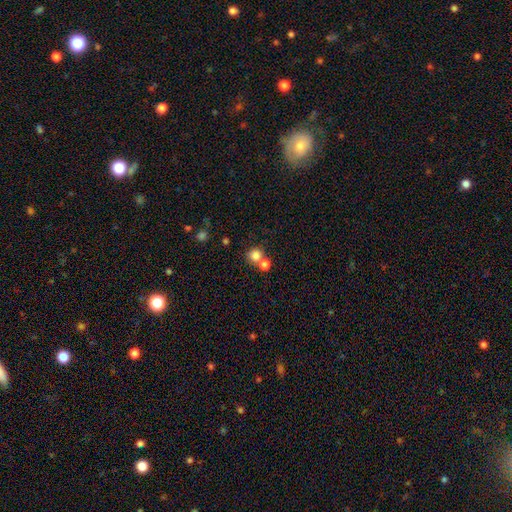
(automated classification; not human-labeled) Smooth or featured?
  - smooth: 81% *
  - star or artifact: 12%
  - featured or disk: 8%
How rounded?
  - round: 86% *
  - in between: 13%
  - cigar-shaped: 1%
Merging?
  - none: 47% *
  - merger: 44%
  - minor disturbance: 6%
  - major disturbance: 3%